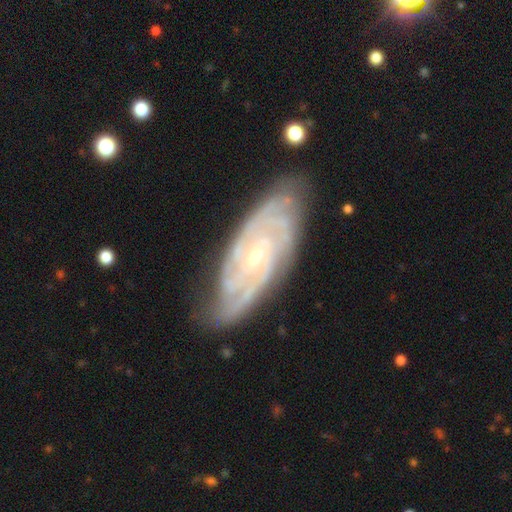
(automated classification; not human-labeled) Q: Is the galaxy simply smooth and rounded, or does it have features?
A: featured or disk — 90%.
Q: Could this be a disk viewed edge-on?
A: no — 93%.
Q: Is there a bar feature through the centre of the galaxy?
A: no — 47%.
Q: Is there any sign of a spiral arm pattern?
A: yes — 98%.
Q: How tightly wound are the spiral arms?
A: tight — 73%.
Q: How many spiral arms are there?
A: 3 — 27%.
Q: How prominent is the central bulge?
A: small — 75%.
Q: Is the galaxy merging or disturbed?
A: none — 79%.